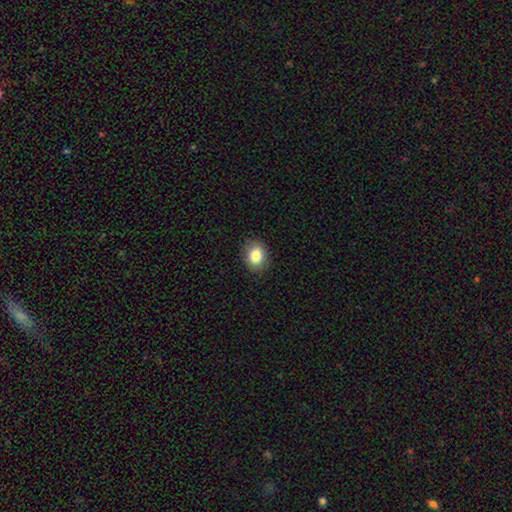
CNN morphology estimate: A smooth galaxy with no disk features (84%) that is in between round and cigar-shaped (55%).

Vote fractions:
- Smooth or featured? smooth: 84% / star or artifact: 9% / featured or disk: 7%
- How rounded? in between: 55% / round: 44% / cigar-shaped: 1%
- Merging? none: 87% / minor disturbance: 10% / major disturbance: 2% / merger: 1%